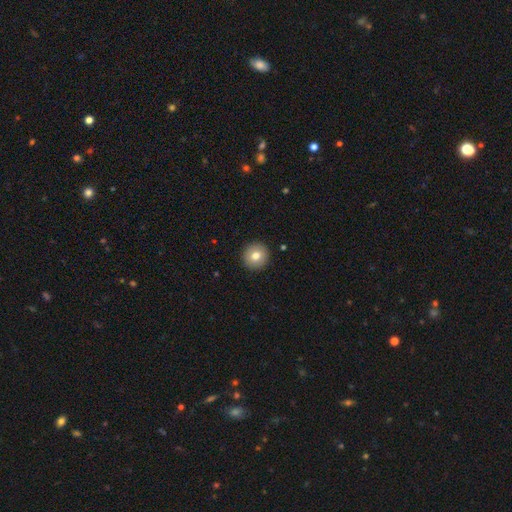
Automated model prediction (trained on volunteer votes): Smooth or featured? smooth (78%)
How rounded? round (95%)
Merging? none (93%)